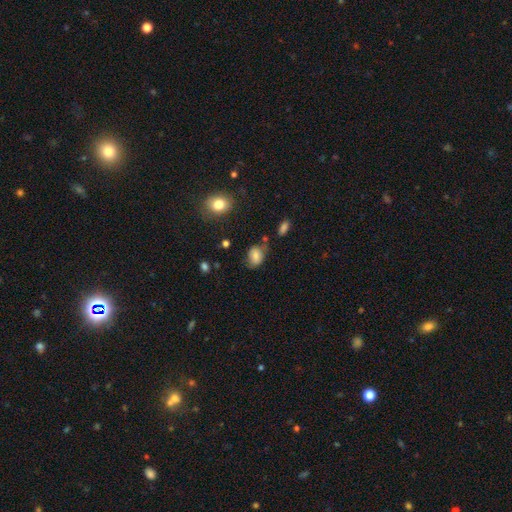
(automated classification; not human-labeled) Q: Smooth or featured?
A: smooth (72%); runner-up: featured or disk (18%)
Q: How rounded?
A: in between (67%); runner-up: round (32%)
Q: Merging?
A: none (58%); runner-up: minor disturbance (26%)